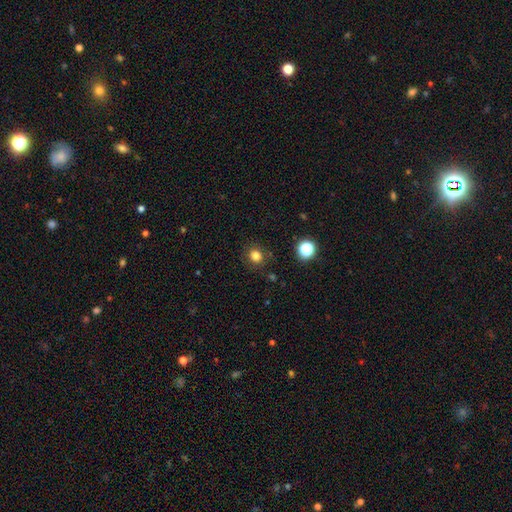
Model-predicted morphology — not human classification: type=smooth (81%); roundness=round (80%); merging=none (86%).